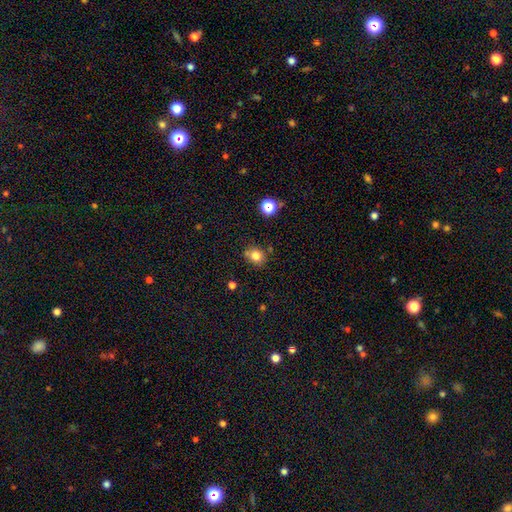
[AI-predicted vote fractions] smooth_or_featured: smooth (p=0.79) [alt: star or artifact p=0.13]
how_rounded: round (p=0.71) [alt: in between p=0.28]
merging: none (p=0.70) [alt: minor disturbance p=0.17]